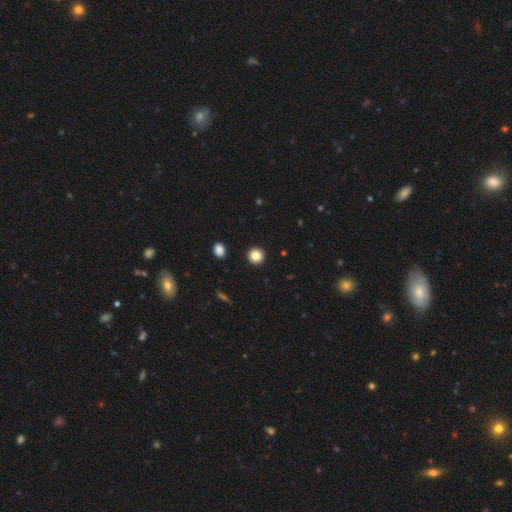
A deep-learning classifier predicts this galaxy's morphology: Smooth or featured? Predicted: smooth (p=0.85). How rounded? Predicted: round (p=0.94). Merging? Predicted: none (p=0.93).